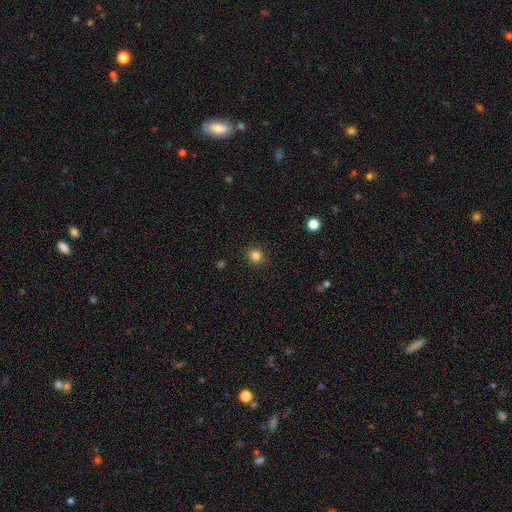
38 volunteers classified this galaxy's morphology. Smooth or featured: smooth — 87% (star or artifact — 11%)
How rounded: round — 85% (in between — 15%)
Merging: none — 94% (minor disturbance — 3%)